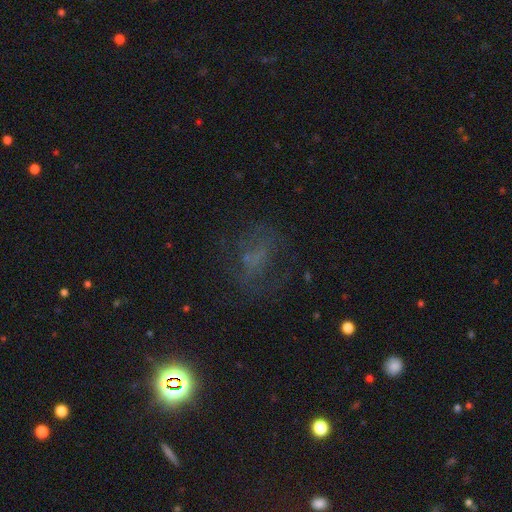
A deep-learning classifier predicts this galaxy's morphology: Smooth or featured?
  - star or artifact: 41% *
  - smooth: 30%
  - featured or disk: 29%